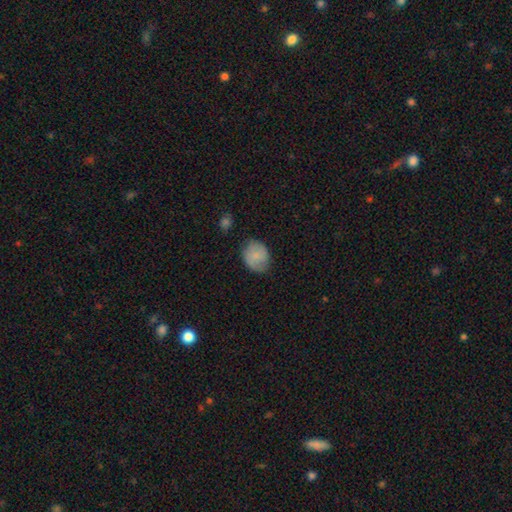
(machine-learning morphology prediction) smooth 75%, featured or disk 17%, star or artifact 7%. Down the decision tree: how rounded — round (55%); merging — none (71%).